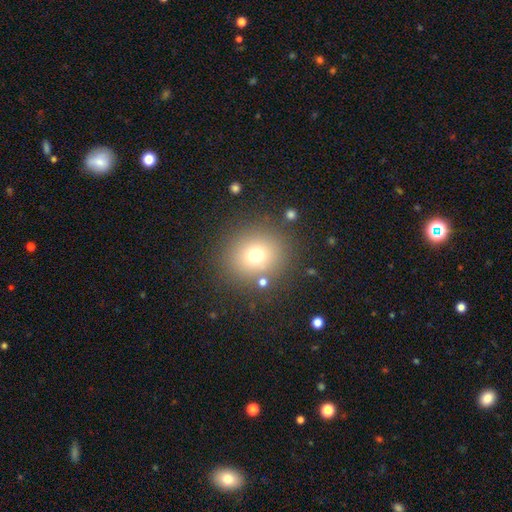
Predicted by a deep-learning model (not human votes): smooth_or_featured: smooth (p=0.71) [alt: star or artifact p=0.17]
how_rounded: round (p=0.87) [alt: in between p=0.12]
merging: none (p=0.84) [alt: minor disturbance p=0.08]